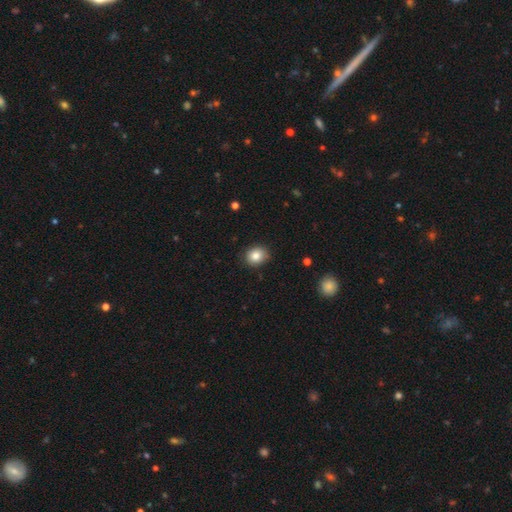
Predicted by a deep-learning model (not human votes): This is clearly a smooth galaxy (84%). How rounded: likely round (67%). Merging: clearly none (86%).